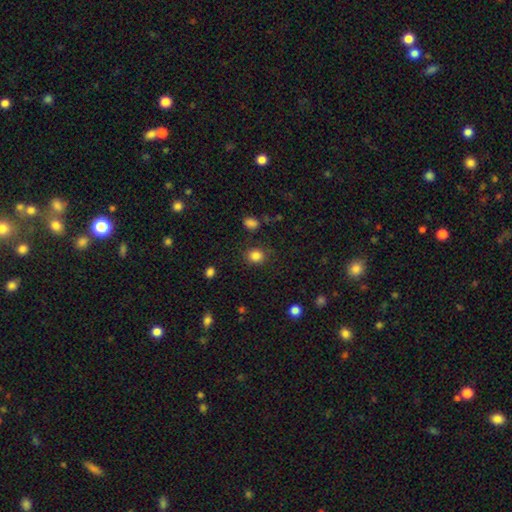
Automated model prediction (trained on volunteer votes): Smooth or featured: smooth — 84% (star or artifact — 11%)
How rounded: round — 66% (in between — 33%)
Merging: none — 82% (minor disturbance — 12%)